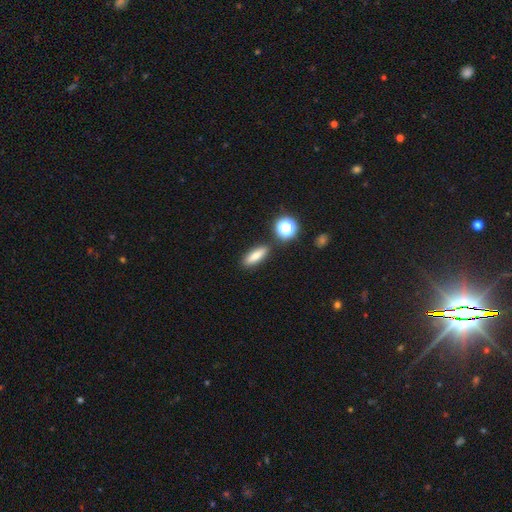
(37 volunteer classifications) smooth_or_featured: smooth (p=0.76) [alt: featured or disk p=0.19]
how_rounded: in between (p=0.57) [alt: cigar-shaped p=0.39]
merging: none (p=0.86) [alt: minor disturbance p=0.11]